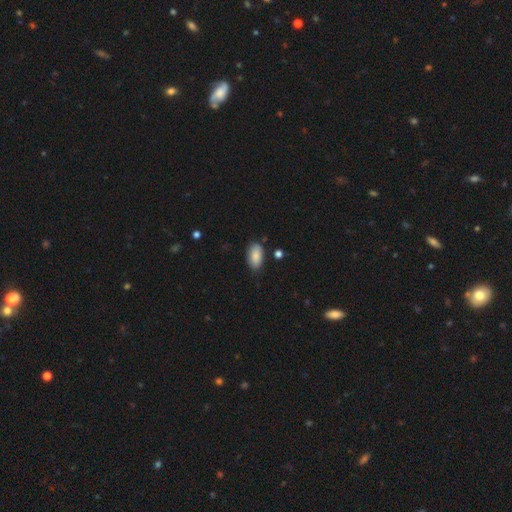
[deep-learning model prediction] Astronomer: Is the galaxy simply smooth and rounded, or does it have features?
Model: smooth — 86%.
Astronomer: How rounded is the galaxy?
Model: in between — 93%.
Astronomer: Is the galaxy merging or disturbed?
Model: none — 79%.